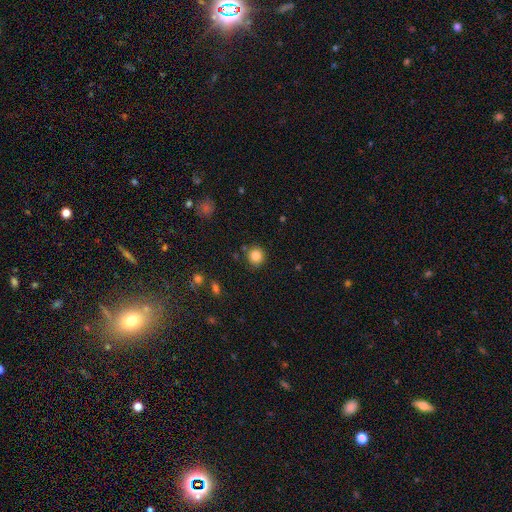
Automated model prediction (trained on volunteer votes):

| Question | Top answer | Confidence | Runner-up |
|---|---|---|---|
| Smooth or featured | smooth | 84% | star or artifact (11%) |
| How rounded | round | 92% | in between (7%) |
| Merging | none | 84% | minor disturbance (10%) |